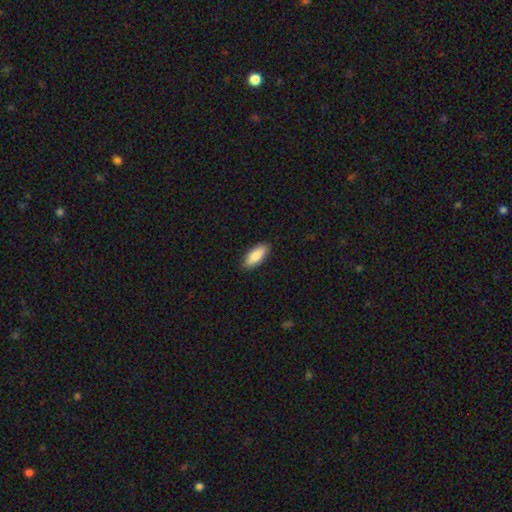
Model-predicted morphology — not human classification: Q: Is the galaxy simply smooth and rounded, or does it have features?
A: smooth — 86%.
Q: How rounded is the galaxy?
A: in between — 84%.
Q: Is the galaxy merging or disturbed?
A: none — 89%.